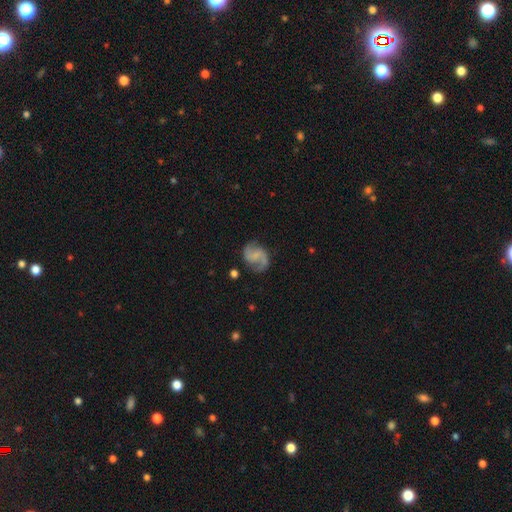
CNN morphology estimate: This appears to be a featured or disk galaxy (81%) with no bar (46%), 2 (92%) medium (50%) spiral arms (96%) and no central bulge (47%). Merging: none (77%).